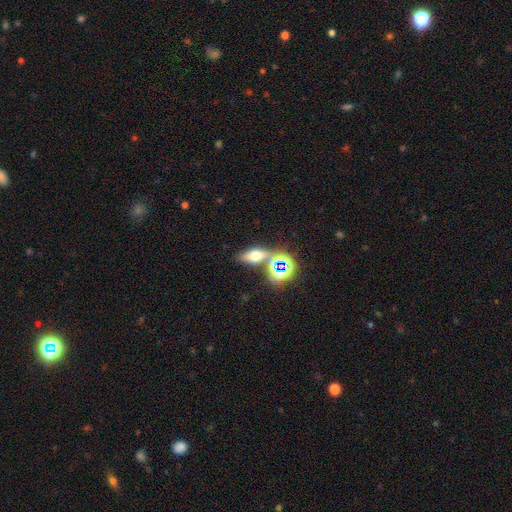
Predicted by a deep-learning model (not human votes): A smooth galaxy with no disk features (49%). Merging: none (63%).